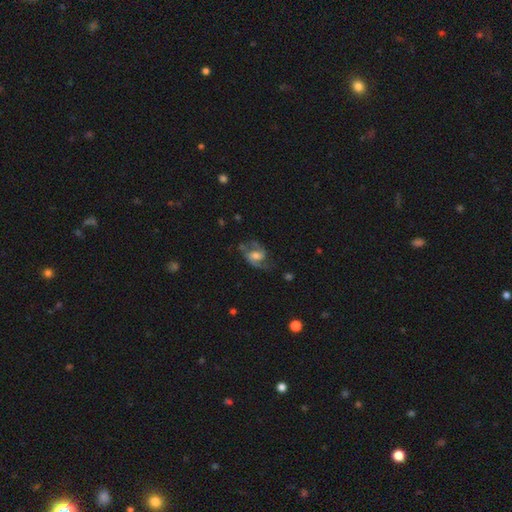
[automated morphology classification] smooth-or-featured: featured or disk: 78% | smooth: 15% | star or artifact: 7%
  disk-edge-on: no: 97% | yes: 3%
    bar: weak: 47% | no: 38% | strong: 15%
    has-spiral-arms: yes: 93% | no: 7%
      spiral-winding: medium: 52% | loose: 33% | tight: 16%
      spiral-arm-count: 2: 85% | can't tell: 6% | 1: 4% | 3: 3% | 4: 1% | more than 4: 1%
    bulge-size: moderate: 50% | small: 25% | large: 16% | none: 7% | dominant: 2%
  merging: none: 61% | minor disturbance: 21% | major disturbance: 16% | merger: 2%